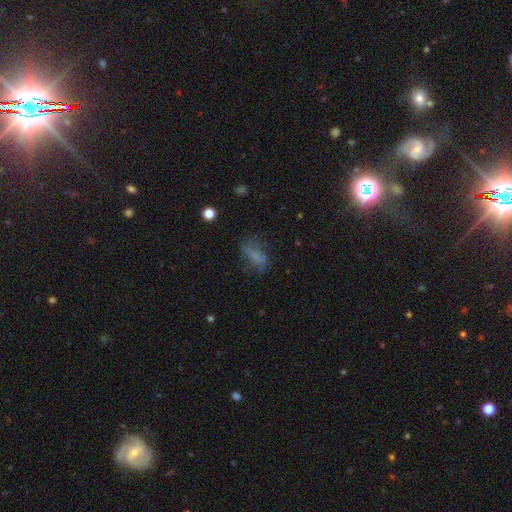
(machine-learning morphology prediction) Smooth or featured?
  - smooth: 67% *
  - featured or disk: 18%
  - star or artifact: 15%
How rounded?
  - in between: 72% *
  - cigar-shaped: 22%
  - round: 6%
Merging?
  - none: 58% *
  - minor disturbance: 24%
  - major disturbance: 16%
  - merger: 2%